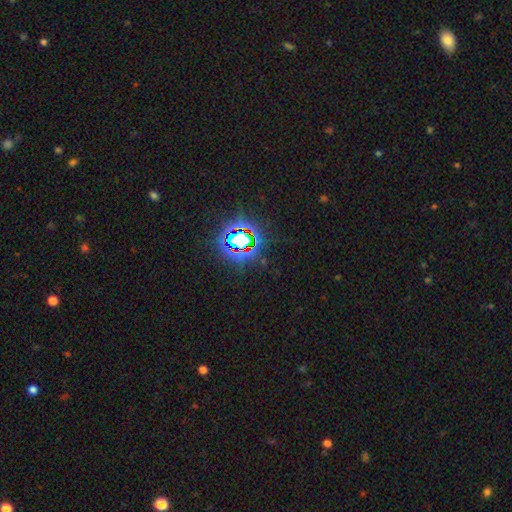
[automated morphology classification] Overall: star or artifact (83%).